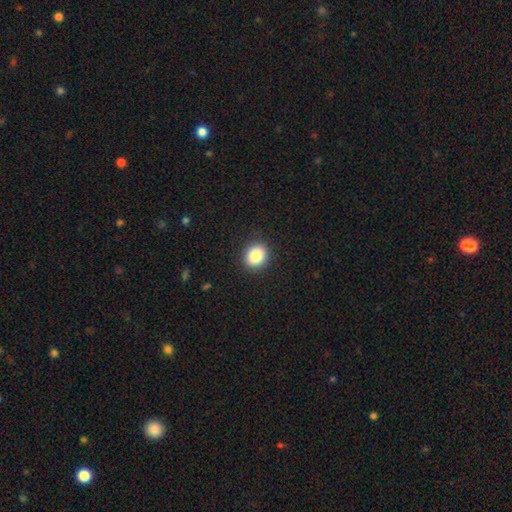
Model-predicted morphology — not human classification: Overall: smooth (85%). How rounded: round (76%). Merging: none (91%).